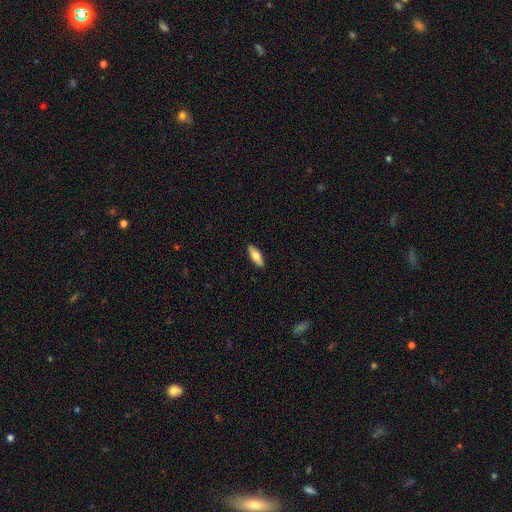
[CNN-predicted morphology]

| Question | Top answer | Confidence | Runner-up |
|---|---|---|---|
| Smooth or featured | smooth | 72% | featured or disk (22%) |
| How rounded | in between | 67% | cigar-shaped (31%) |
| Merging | none | 90% | minor disturbance (8%) |